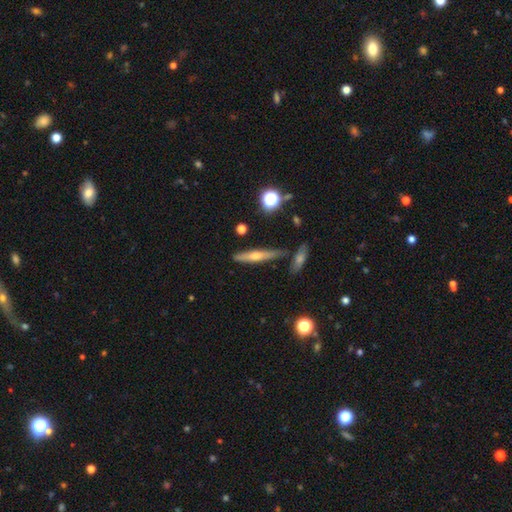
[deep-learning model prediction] This is possibly a featured or disk galaxy (51%). It is clearly viewed edge-on (92%). Merging: likely none (79%).